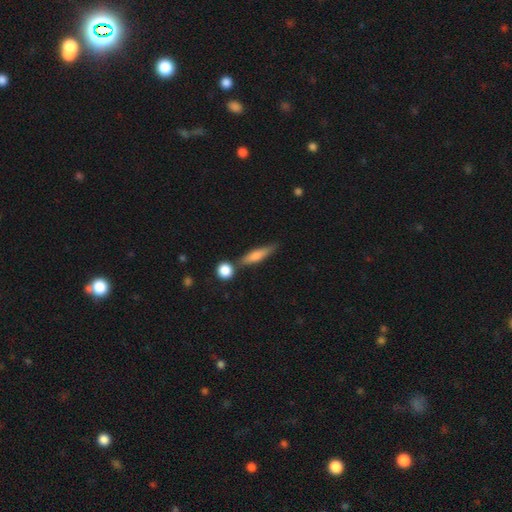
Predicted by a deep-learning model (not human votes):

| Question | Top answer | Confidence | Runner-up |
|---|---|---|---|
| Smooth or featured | smooth | 61% | featured or disk (32%) |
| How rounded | cigar-shaped | 74% | in between (22%) |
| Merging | none | 68% | minor disturbance (16%) |